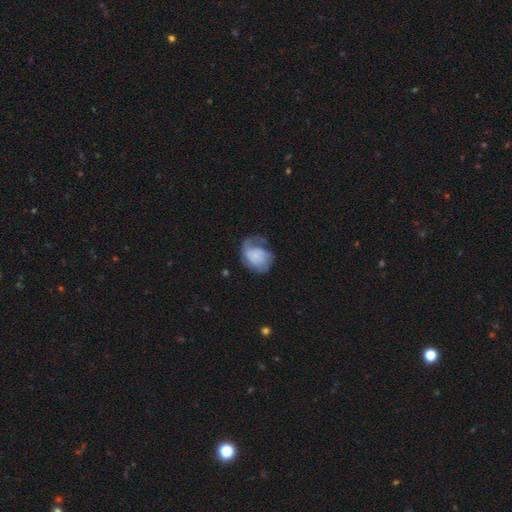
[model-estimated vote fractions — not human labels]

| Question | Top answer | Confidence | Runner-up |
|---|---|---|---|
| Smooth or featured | featured or disk | 55% | smooth (37%) |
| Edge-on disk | no | 98% | yes (2%) |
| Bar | no | 76% | weak (20%) |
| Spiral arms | yes | 82% | no (18%) |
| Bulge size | none | 48% | small (28%) |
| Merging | none | 37% | major disturbance (32%) |